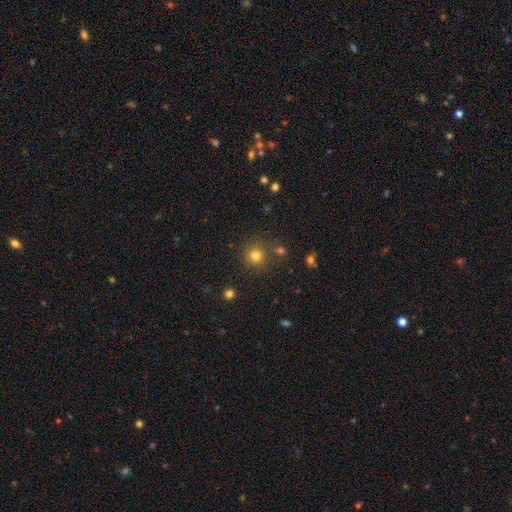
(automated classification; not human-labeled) smooth_or_featured: smooth (p=0.78) [alt: star or artifact p=0.16]
how_rounded: round (p=0.93) [alt: in between p=0.06]
merging: none (p=0.80) [alt: merger p=0.08]